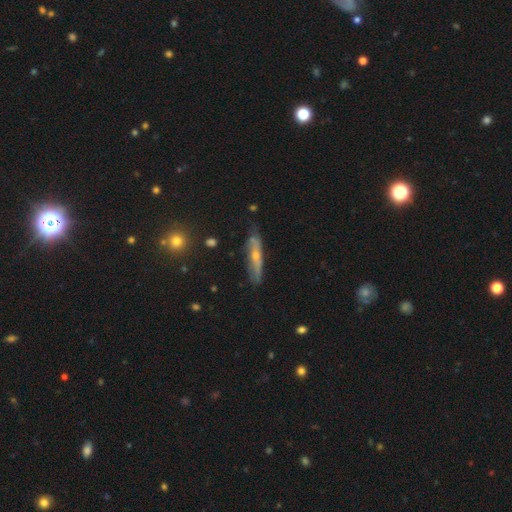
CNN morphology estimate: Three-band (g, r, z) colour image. It shows a featured or disk galaxy (62%) viewed edge-on (80%) with a rounded central bulge (79%). Merging: none (76%).